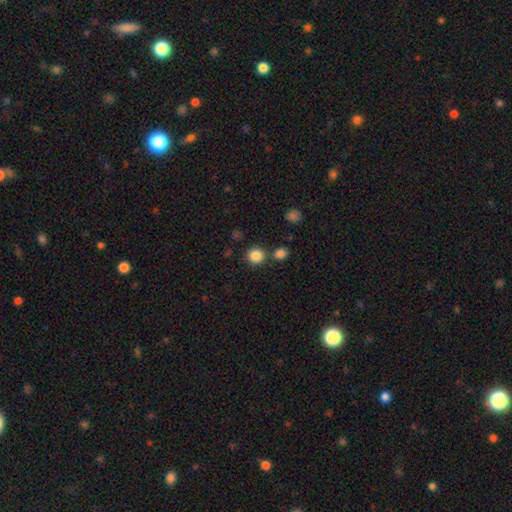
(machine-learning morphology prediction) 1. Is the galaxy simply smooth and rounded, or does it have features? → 86% smooth, 11% star or artifact, 4% featured or disk.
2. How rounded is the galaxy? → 89% round, 10% in between, 1% cigar-shaped.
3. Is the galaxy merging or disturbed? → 80% none, 10% merger, 7% minor disturbance, 3% major disturbance.